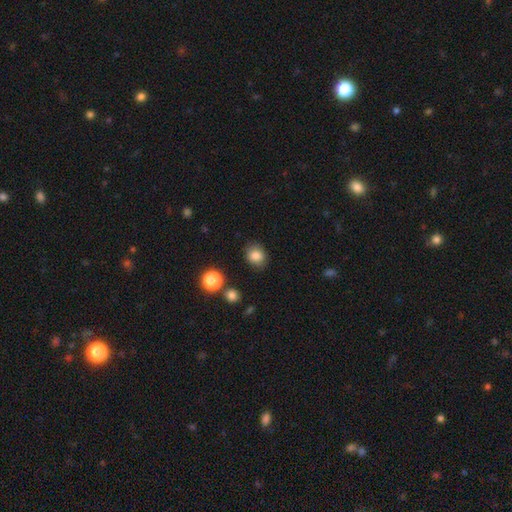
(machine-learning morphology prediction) A smooth galaxy with no disk features (85%) that is round (62%). Merging: none (83%).